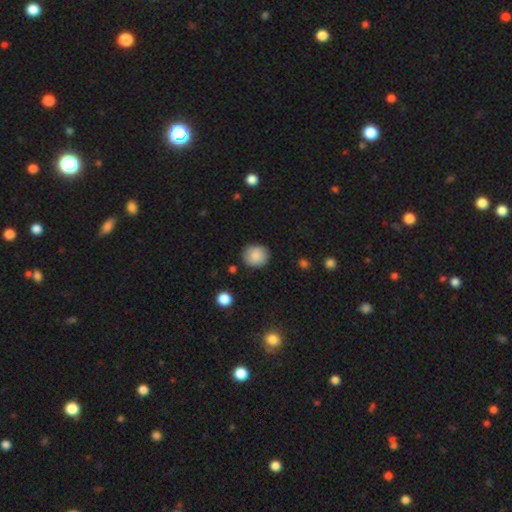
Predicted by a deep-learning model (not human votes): A smooth galaxy with no disk features (86%) that is round (84%).

Vote fractions:
- Smooth or featured? smooth: 86% / star or artifact: 8% / featured or disk: 6%
- How rounded? round: 84% / in between: 15% / cigar-shaped: 1%
- Merging? none: 86% / minor disturbance: 10% / major disturbance: 3% / merger: 2%